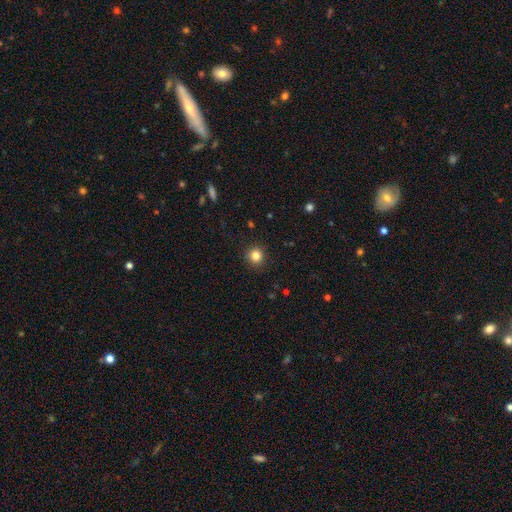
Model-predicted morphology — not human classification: smooth 83%, star or artifact 12%, featured or disk 5%. Down the decision tree: how rounded — round (92%); merging — none (91%).